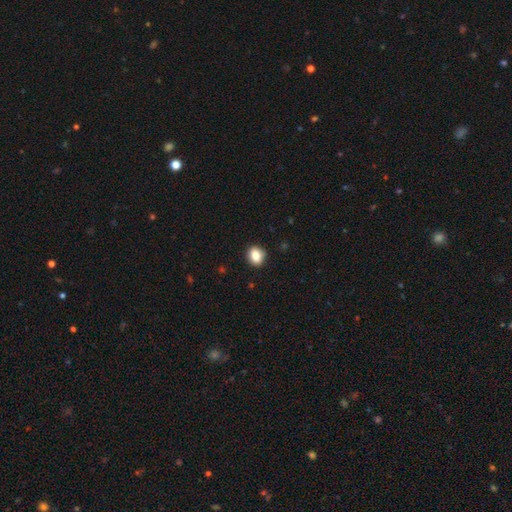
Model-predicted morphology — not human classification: Smooth or featured?
  - smooth: 84% *
  - star or artifact: 9%
  - featured or disk: 7%
How rounded?
  - round: 55% *
  - in between: 44%
  - cigar-shaped: 1%
Merging?
  - none: 87% *
  - minor disturbance: 10%
  - major disturbance: 2%
  - merger: 1%